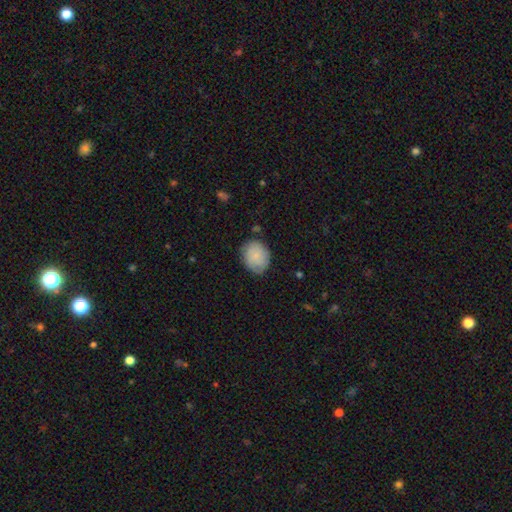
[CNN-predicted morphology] Q: Smooth or featured?
A: smooth (78%); runner-up: featured or disk (15%)
Q: How rounded?
A: round (53%); runner-up: in between (46%)
Q: Merging?
A: none (75%); runner-up: minor disturbance (19%)